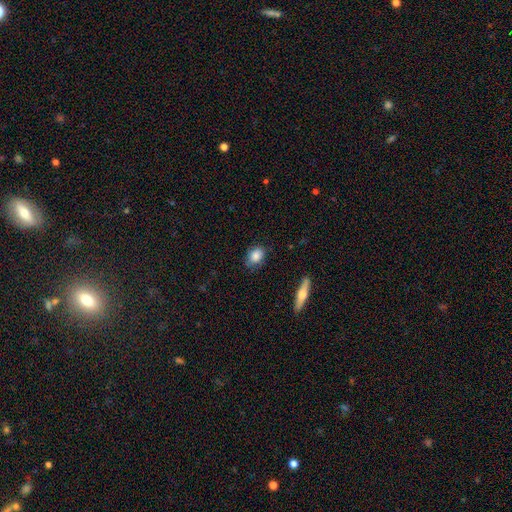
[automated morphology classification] This is clearly a smooth galaxy (83%). How rounded: likely in between (62%). Merging: likely none (73%).